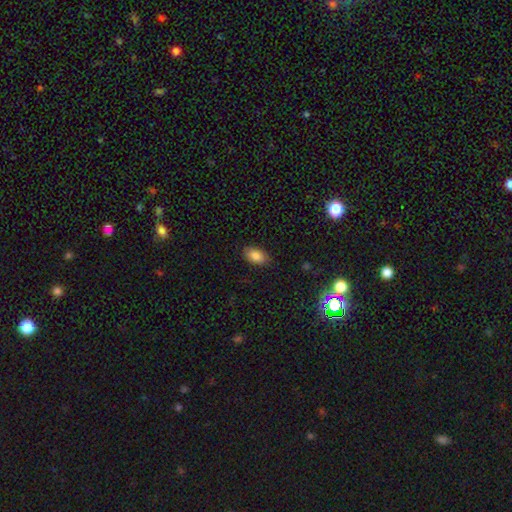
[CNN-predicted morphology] smooth_or_featured: smooth (p=0.86) [alt: star or artifact p=0.08]
how_rounded: in between (p=0.93) [alt: round p=0.05]
merging: none (p=0.86) [alt: minor disturbance p=0.10]